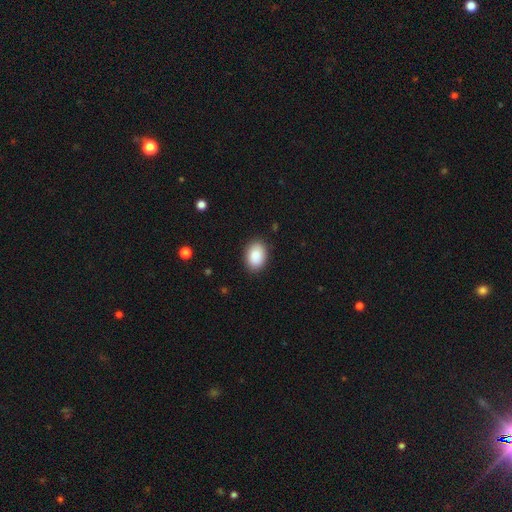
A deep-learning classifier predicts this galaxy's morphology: A smooth galaxy with no disk features (89%) that is in between round and cigar-shaped (78%).

Vote fractions:
- Smooth or featured? smooth: 89% / star or artifact: 7% / featured or disk: 5%
- How rounded? in between: 78% / round: 21% / cigar-shaped: 1%
- Merging? none: 88% / minor disturbance: 9% / major disturbance: 2% / merger: 1%